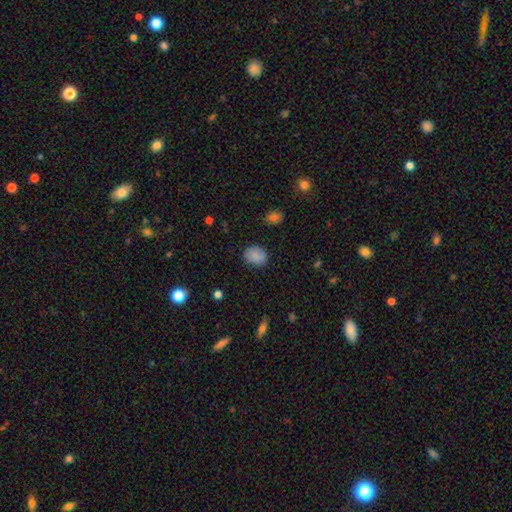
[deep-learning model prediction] This is clearly a smooth galaxy (86%). How rounded: possibly in between (58%). Merging: clearly none (82%).